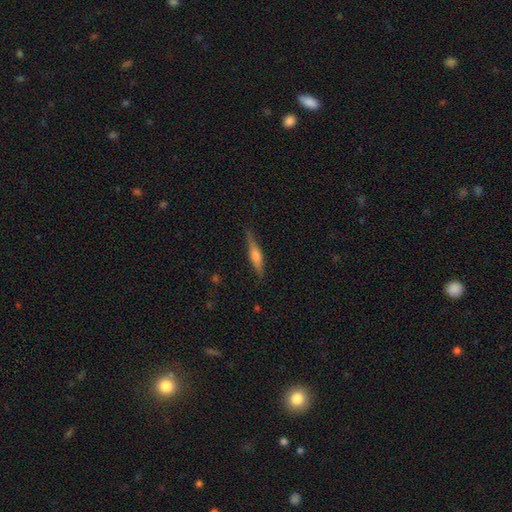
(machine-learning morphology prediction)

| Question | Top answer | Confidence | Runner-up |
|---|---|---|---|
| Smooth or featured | featured or disk | 51% | smooth (42%) |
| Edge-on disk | yes | 95% | no (5%) |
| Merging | none | 84% | minor disturbance (12%) |